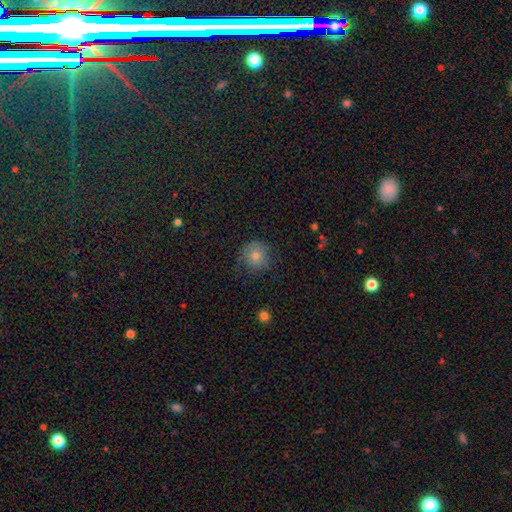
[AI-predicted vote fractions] This appears to be a smooth galaxy with no disk features (70%) that is round (92%). Merging: none (74%).